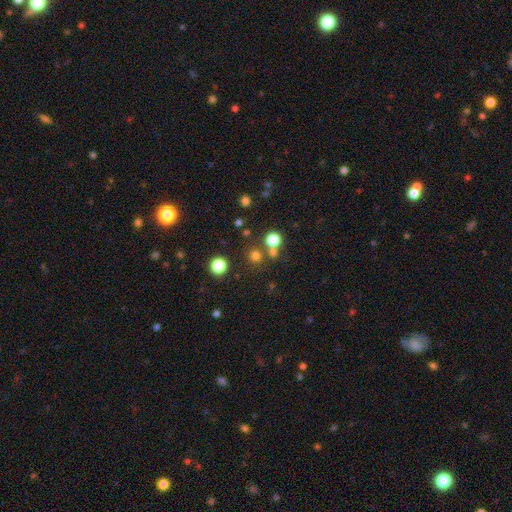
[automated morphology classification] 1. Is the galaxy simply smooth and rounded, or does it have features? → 72% smooth, 21% star or artifact, 7% featured or disk.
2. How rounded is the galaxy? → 92% round, 7% in between, 1% cigar-shaped.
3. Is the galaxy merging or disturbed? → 73% none, 18% merger, 6% minor disturbance, 3% major disturbance.